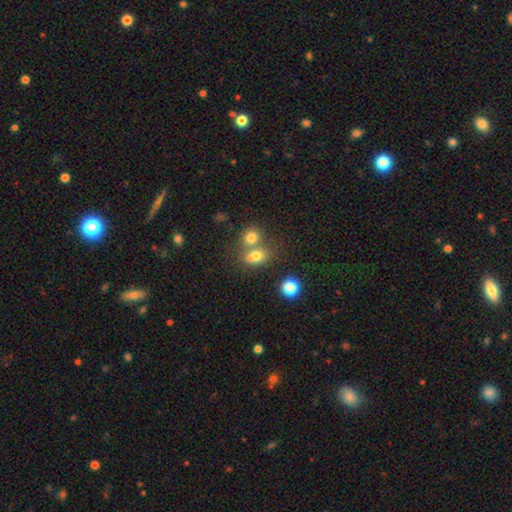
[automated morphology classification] Smooth or featured: smooth — 74% (star or artifact — 14%)
How rounded: in between — 51% (round — 47%)
Merging: merger — 49% (none — 37%)